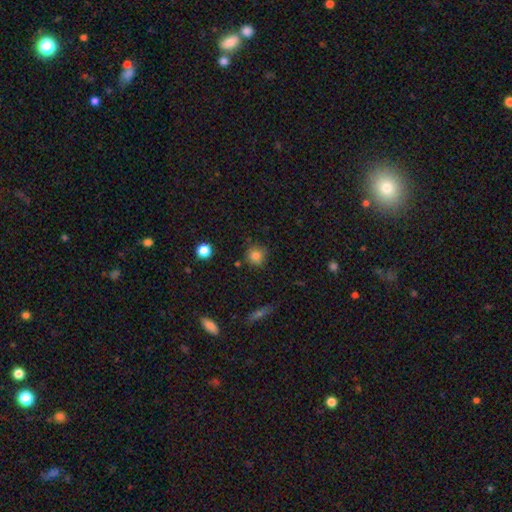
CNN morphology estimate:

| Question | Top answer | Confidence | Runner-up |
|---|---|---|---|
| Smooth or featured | smooth | 81% | star or artifact (12%) |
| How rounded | round | 90% | in between (9%) |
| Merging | none | 80% | minor disturbance (13%) |